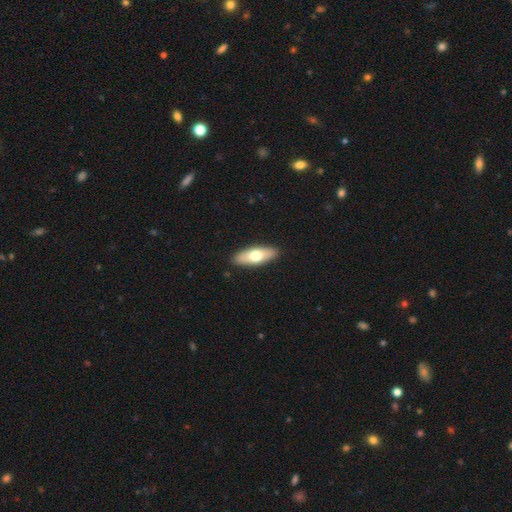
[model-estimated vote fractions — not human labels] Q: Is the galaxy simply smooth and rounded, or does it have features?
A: smooth — 65%.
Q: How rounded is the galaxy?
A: in between — 65%.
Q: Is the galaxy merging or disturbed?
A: none — 90%.